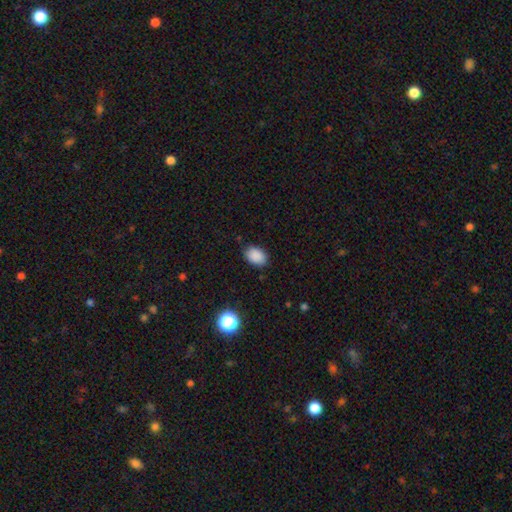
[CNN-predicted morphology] smooth 88%, star or artifact 9%, featured or disk 3%. Down the decision tree: how rounded — in between (79%); merging — none (85%).